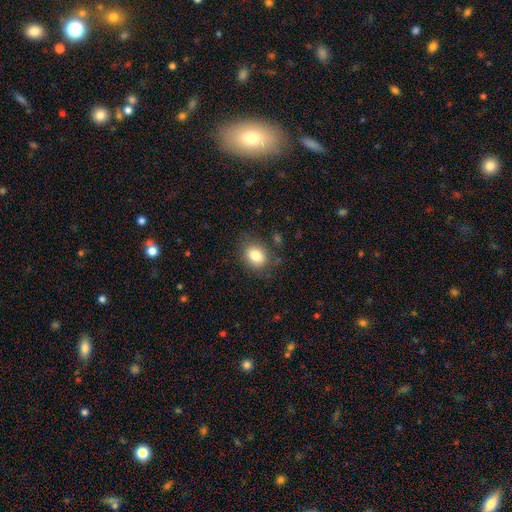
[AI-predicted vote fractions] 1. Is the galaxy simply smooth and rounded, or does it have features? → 81% smooth, 10% star or artifact, 9% featured or disk.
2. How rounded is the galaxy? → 51% in between, 48% round, 1% cigar-shaped.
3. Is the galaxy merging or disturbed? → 78% none, 15% minor disturbance, 5% major disturbance, 2% merger.